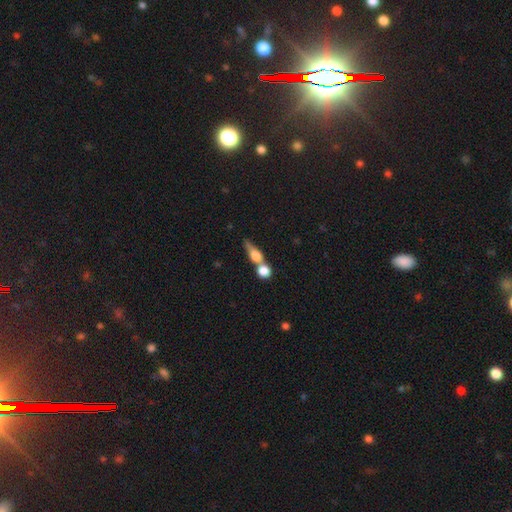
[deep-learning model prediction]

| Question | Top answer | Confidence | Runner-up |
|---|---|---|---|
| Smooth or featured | smooth | 66% | featured or disk (25%) |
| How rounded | in between | 40% | round (32%) |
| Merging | merger | 55% | none (27%) |